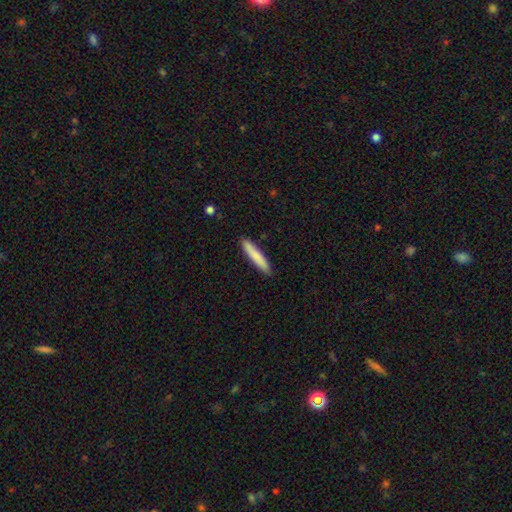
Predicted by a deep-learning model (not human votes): Smooth or featured? smooth (82%)
How rounded? cigar-shaped (91%)
Merging? none (89%)